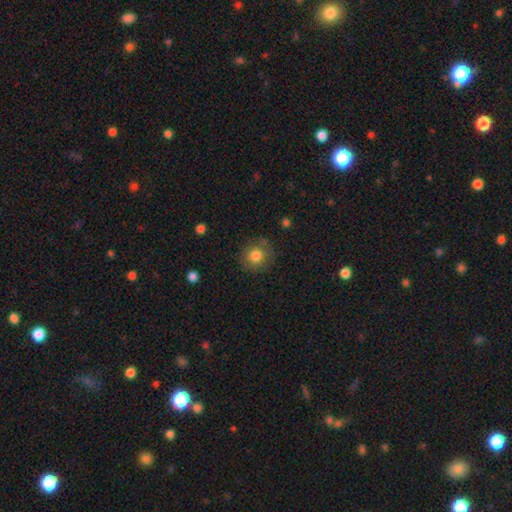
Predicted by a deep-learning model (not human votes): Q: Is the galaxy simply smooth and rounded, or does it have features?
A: smooth — 80%.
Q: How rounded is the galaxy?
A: round — 89%.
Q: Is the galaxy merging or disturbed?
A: none — 82%.